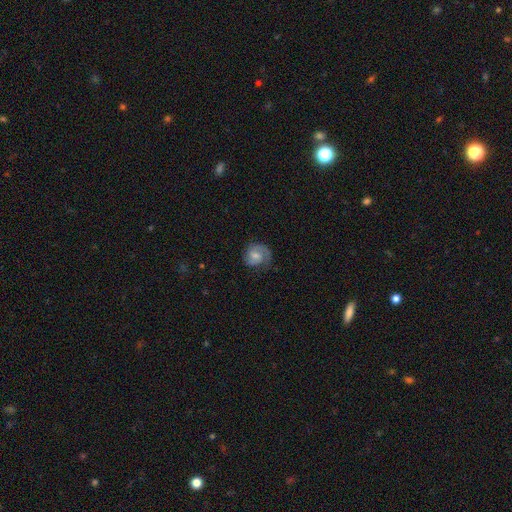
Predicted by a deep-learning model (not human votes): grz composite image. It shows a featured or disk galaxy (72%) with no bar (47%), 2 (69%) tight (46%) spiral arms (94%) and a moderate central bulge (45%). Merging: none (70%).